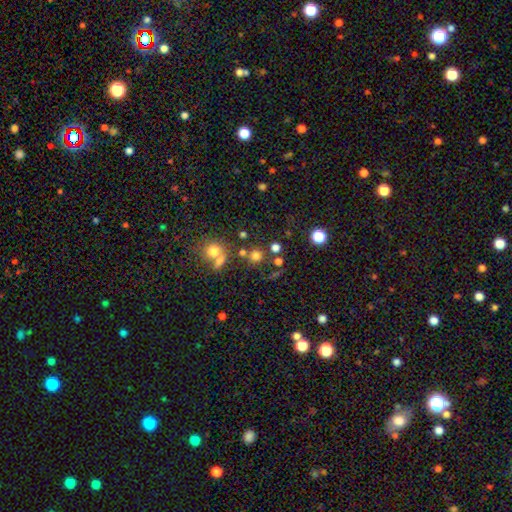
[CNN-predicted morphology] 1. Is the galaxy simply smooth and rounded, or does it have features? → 71% smooth, 19% star or artifact, 9% featured or disk.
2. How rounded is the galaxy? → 91% round, 8% in between, 1% cigar-shaped.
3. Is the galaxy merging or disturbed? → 68% none, 18% merger, 9% minor disturbance, 5% major disturbance.